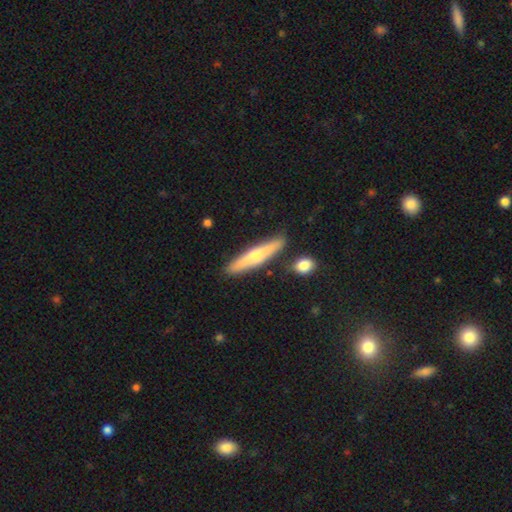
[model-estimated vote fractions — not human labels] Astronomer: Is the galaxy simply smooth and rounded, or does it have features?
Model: smooth — 48% (runner-up: featured or disk, 45%).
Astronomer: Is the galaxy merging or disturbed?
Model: none — 85%.